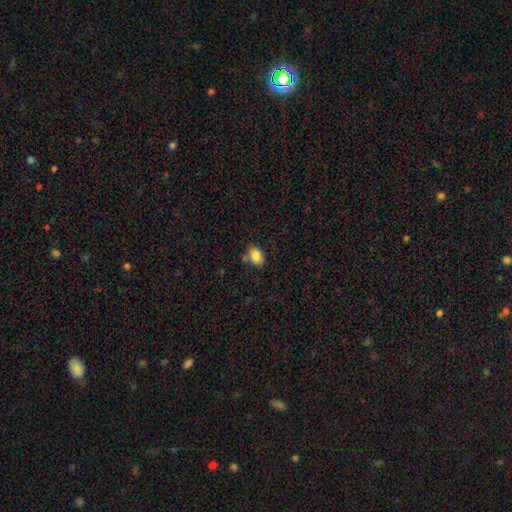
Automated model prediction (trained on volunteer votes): Overall: smooth (84%). How rounded: in between (82%). Merging: none (73%).